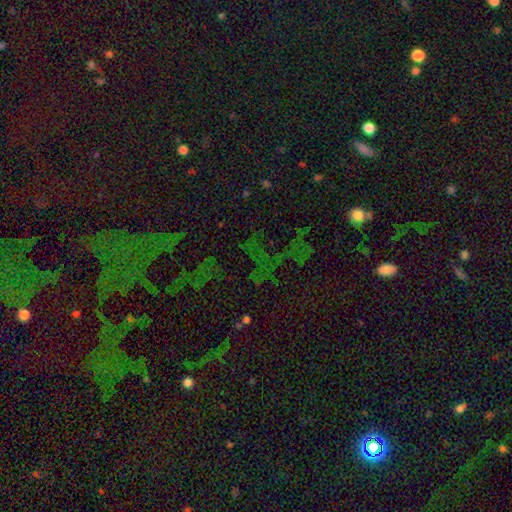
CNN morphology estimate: Smooth or featured? Predicted: star or artifact (p=0.77).